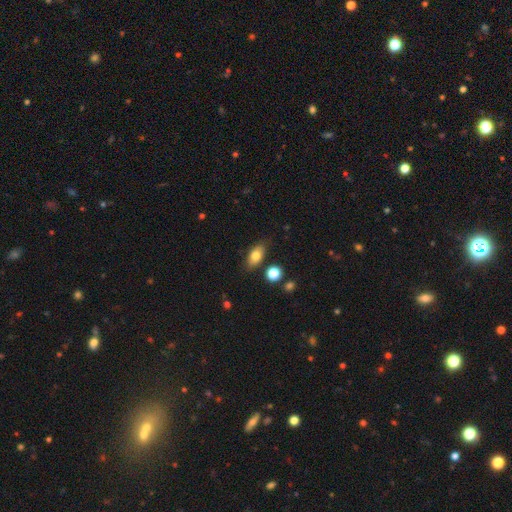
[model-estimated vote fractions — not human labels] smooth_or_featured: smooth (p=0.77) [alt: featured or disk p=0.15]
how_rounded: in between (p=0.84) [alt: round p=0.09]
merging: none (p=0.80) [alt: minor disturbance p=0.14]